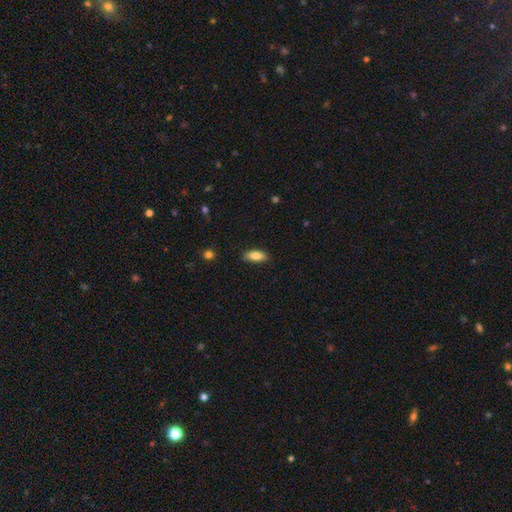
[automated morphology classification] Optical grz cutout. It shows a smooth galaxy with no disk features (85%) that is in between round and cigar-shaped (82%). Merging: none (81%).